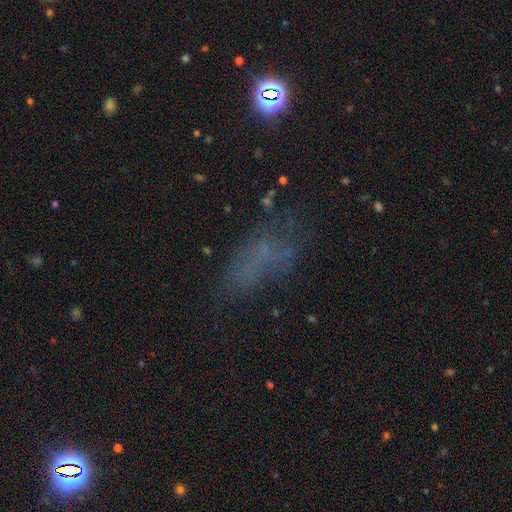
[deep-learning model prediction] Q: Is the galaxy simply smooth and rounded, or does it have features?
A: smooth — 44%.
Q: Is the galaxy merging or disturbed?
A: none — 50%.